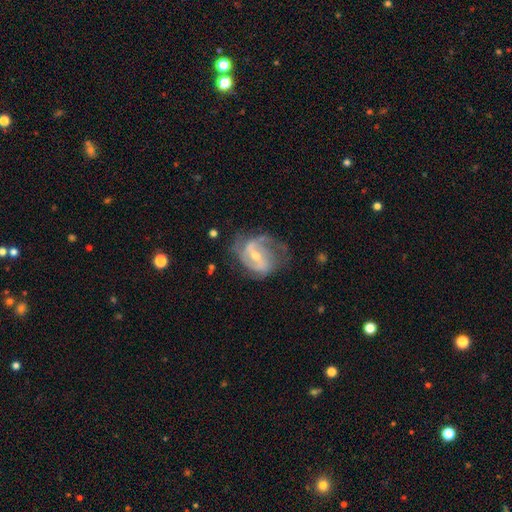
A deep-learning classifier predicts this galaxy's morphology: Overall: featured or disk (83%). Edge-on disk: no (97%). Bar: weak (48%; strong 33%). Spiral arms: yes (90%). Spiral arm count: 2 (58%; can't tell 18%). Spiral winding: medium (46%; tight 31%). Bulge size: moderate (51%; small 45%). Merging: none (53%; minor disturbance 25%).